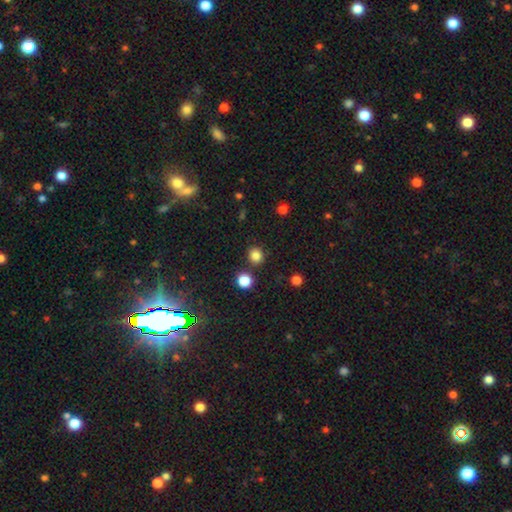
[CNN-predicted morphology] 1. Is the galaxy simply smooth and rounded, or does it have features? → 82% smooth, 14% star or artifact, 4% featured or disk.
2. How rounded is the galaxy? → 87% round, 12% in between, 1% cigar-shaped.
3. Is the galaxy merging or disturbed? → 85% none, 7% minor disturbance, 5% merger, 3% major disturbance.